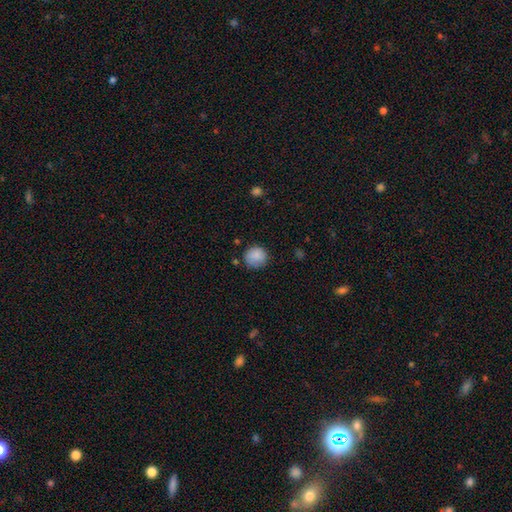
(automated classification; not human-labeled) Q: Smooth or featured?
A: smooth (87%); runner-up: star or artifact (8%)
Q: How rounded?
A: round (89%); runner-up: in between (10%)
Q: Merging?
A: none (79%); runner-up: minor disturbance (16%)